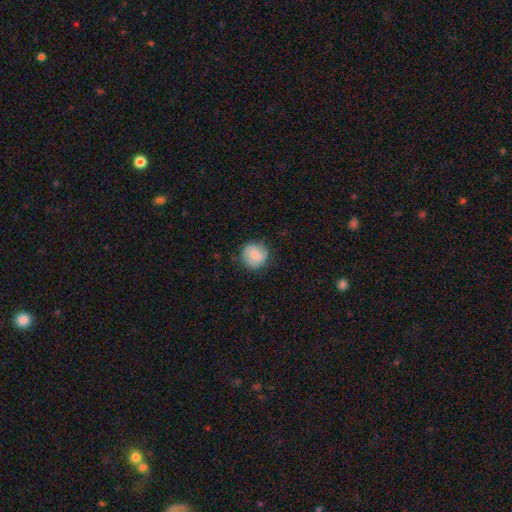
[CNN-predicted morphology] Smooth or featured? Predicted: smooth (p=0.61). How rounded? Predicted: round (p=0.91). Merging? Predicted: none (p=0.82).